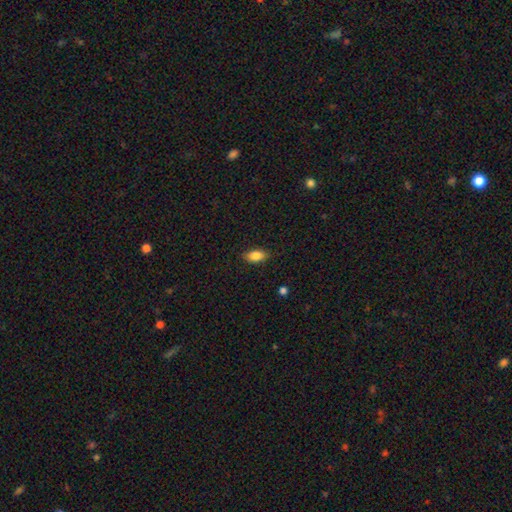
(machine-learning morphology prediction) smooth-or-featured: smooth: 83% | featured or disk: 9% | star or artifact: 8%
  how-rounded: in between: 89% | cigar-shaped: 6% | round: 5%
  merging: none: 86% | minor disturbance: 11% | major disturbance: 2% | merger: 1%